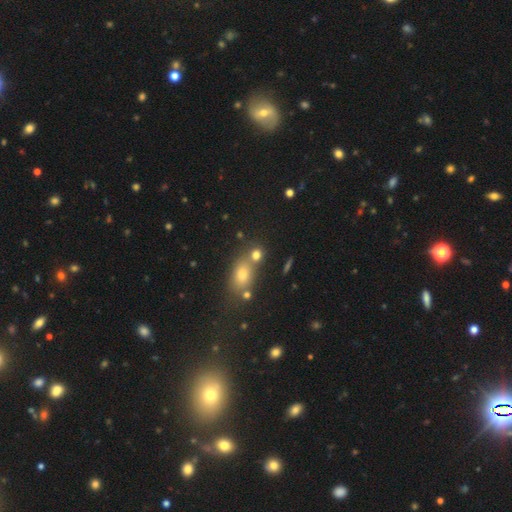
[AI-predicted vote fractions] smooth_or_featured: smooth (p=0.69) [alt: star or artifact p=0.19]
how_rounded: in between (p=0.60) [alt: round p=0.34]
merging: none (p=0.61) [alt: merger p=0.22]